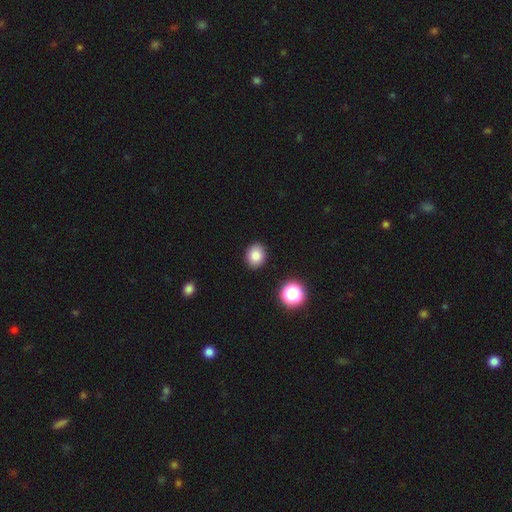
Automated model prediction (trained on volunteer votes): smooth 83%, star or artifact 11%, featured or disk 6%. Down the decision tree: how rounded — round (60%); merging — none (90%).